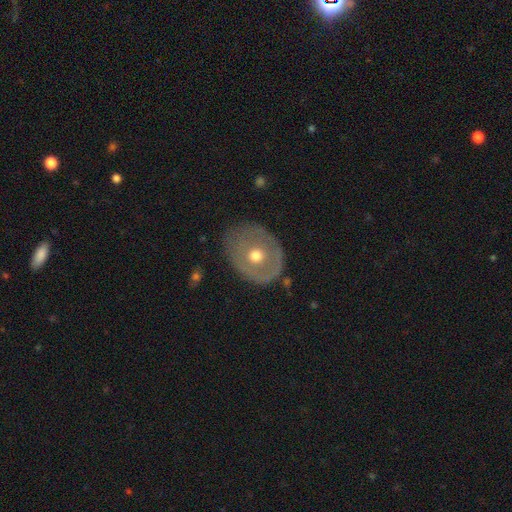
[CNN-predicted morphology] smooth_or_featured: featured or disk (p=0.51) [alt: smooth p=0.43]
disk_edge_on: no (p=0.93) [alt: yes p=0.07]
merging: none (p=0.73) [alt: minor disturbance p=0.18]